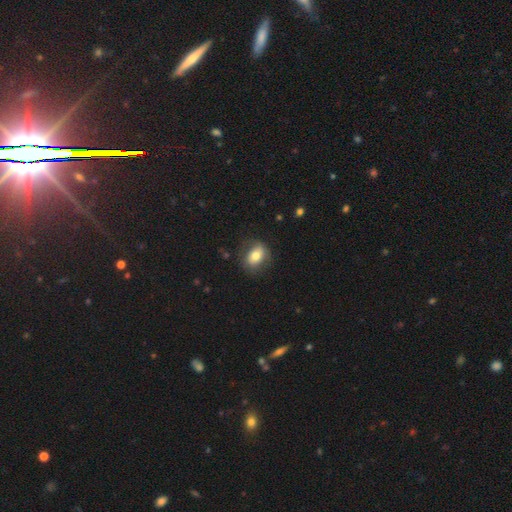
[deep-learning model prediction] Smooth or featured? smooth (70%)
How rounded? in between (71%)
Merging? none (75%)